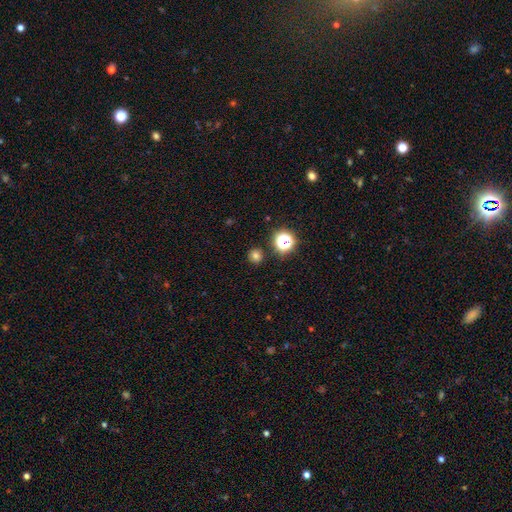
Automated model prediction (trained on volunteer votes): Smooth or featured? smooth (74%)
How rounded? round (93%)
Merging? none (89%)